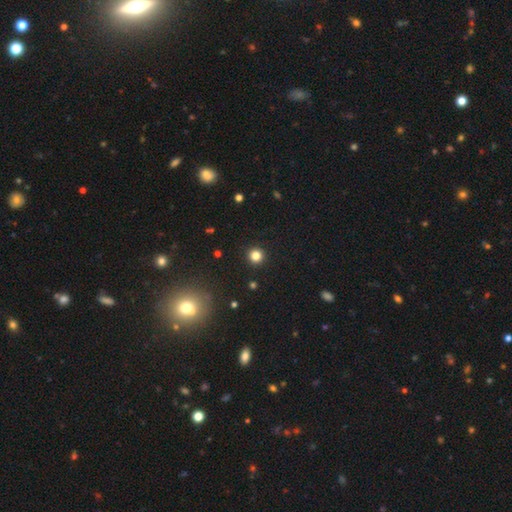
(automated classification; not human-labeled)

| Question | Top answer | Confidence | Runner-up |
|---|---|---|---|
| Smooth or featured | smooth | 82% | star or artifact (14%) |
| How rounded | round | 95% | in between (4%) |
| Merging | none | 93% | minor disturbance (4%) |